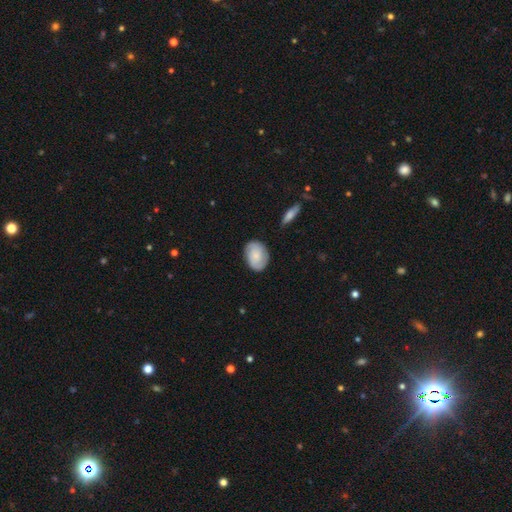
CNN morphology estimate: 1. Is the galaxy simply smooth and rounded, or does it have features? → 60% smooth, 33% featured or disk, 7% star or artifact.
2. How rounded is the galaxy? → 75% in between, 24% round, 1% cigar-shaped.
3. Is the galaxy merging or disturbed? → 81% none, 14% minor disturbance, 3% major disturbance, 2% merger.